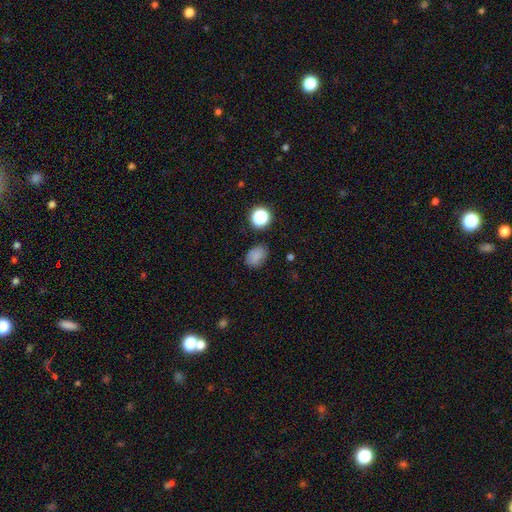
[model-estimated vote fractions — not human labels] Smooth or featured? smooth (80%)
How rounded? in between (74%)
Merging? none (80%)